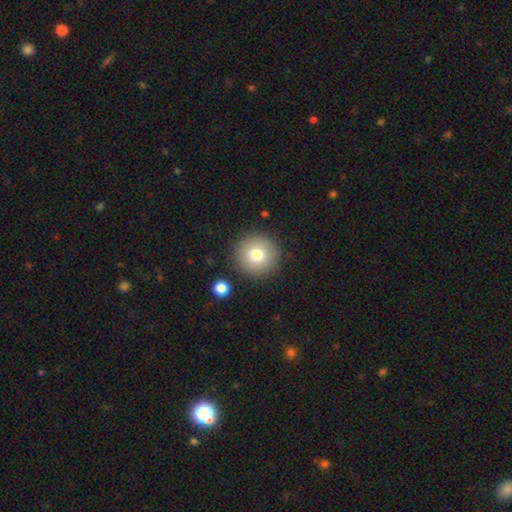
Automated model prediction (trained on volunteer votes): smooth 77%, star or artifact 12%, featured or disk 11%. Down the decision tree: how rounded — round (96%); merging — none (91%).